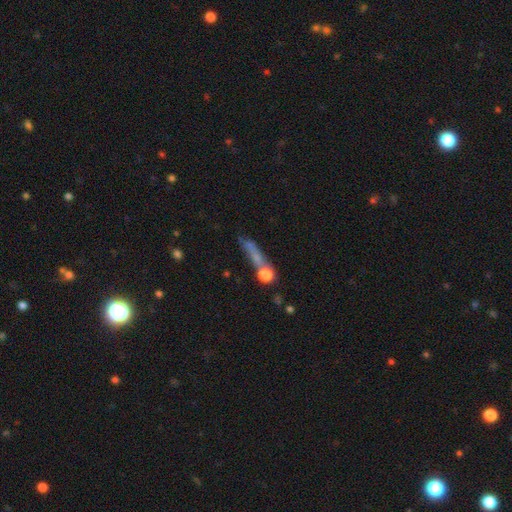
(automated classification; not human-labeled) Q: Smooth or featured?
A: smooth (52%); runner-up: featured or disk (30%)
Q: How rounded?
A: cigar-shaped (65%); runner-up: round (20%)
Q: Merging?
A: none (52%); runner-up: merger (18%)